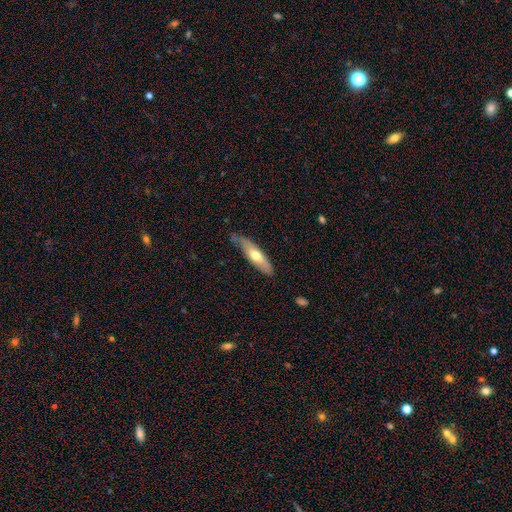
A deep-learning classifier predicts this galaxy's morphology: This appears to be a smooth galaxy with no disk features (52%) that is cigar-shaped (64%). Merging: none (67%).